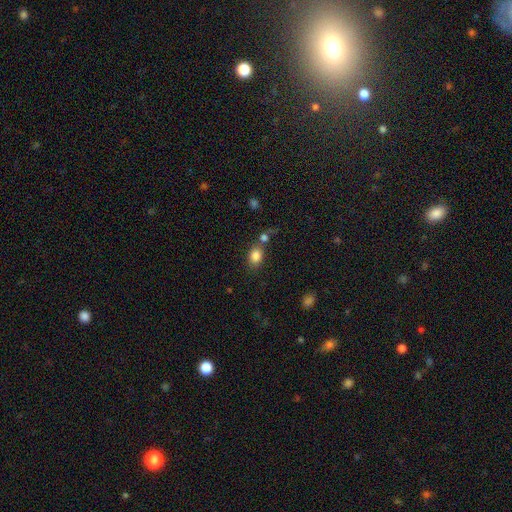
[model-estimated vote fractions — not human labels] Morphology: type=smooth (83%); roundness=in between (65%); merging=none (60%).